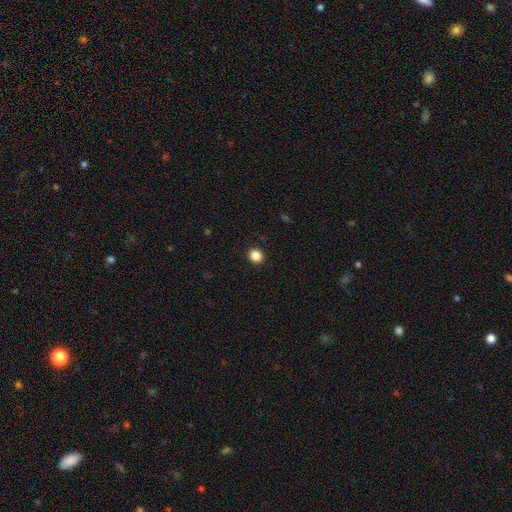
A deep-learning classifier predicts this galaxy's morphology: smooth-or-featured: smooth: 86% | star or artifact: 11% | featured or disk: 3%
  how-rounded: round: 86% | in between: 13% | cigar-shaped: 1%
  merging: none: 92% | minor disturbance: 5% | major disturbance: 2% | merger: 1%